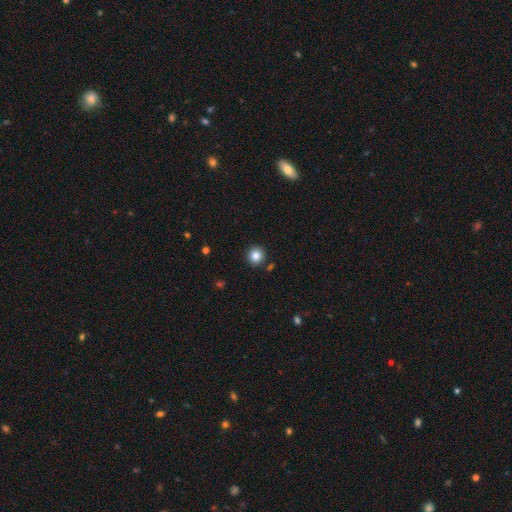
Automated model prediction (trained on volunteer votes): Morphology: type=smooth (84%); roundness=round (94%); merging=none (88%).